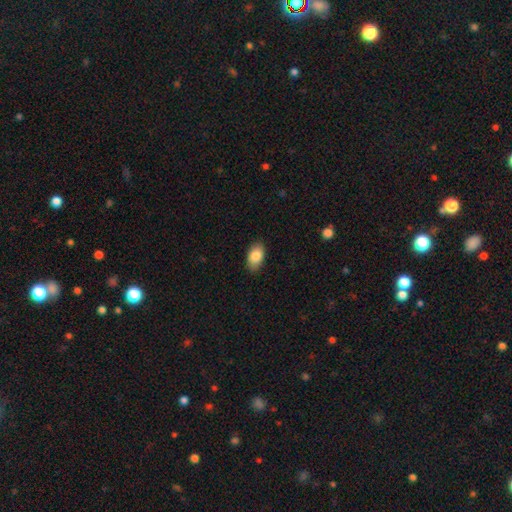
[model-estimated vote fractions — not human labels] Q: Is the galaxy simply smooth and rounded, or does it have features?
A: smooth — 86%.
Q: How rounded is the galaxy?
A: in between — 92%.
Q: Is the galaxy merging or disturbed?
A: none — 84%.